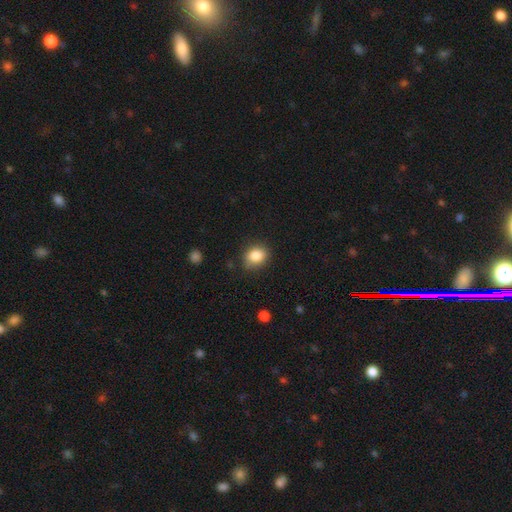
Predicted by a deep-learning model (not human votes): Overall: smooth (85%). How rounded: round (53%; in between 46%). Merging: none (78%).